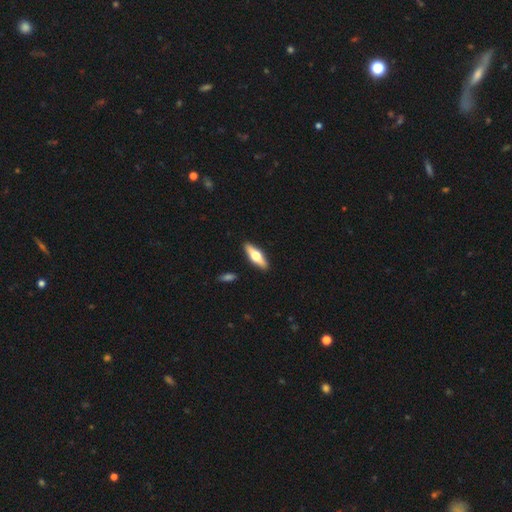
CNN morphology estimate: type=featured or disk (51%); edge-on=yes (91%); merging=none (90%).